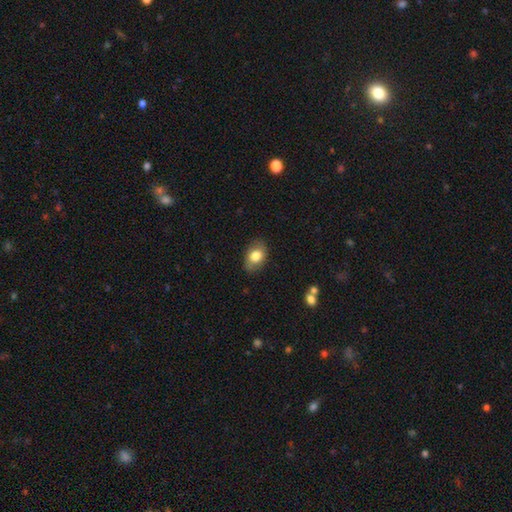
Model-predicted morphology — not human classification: The model was most divided on "smooth or featured": smooth: 78%, featured or disk: 15%, star or artifact: 7%. More confident: how rounded — in between (82%); merging — none (82%).